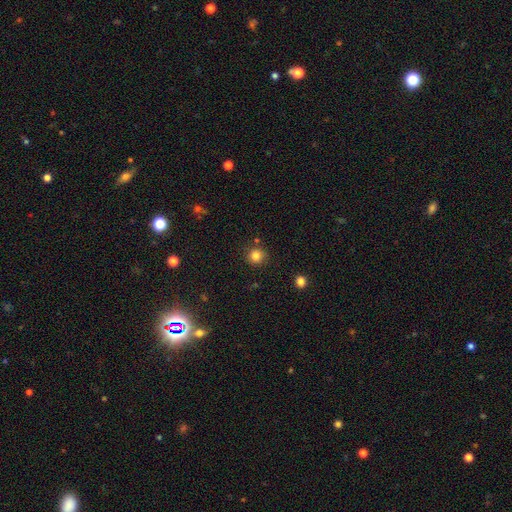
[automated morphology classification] Smooth or featured? Predicted: smooth (p=0.82). How rounded? Predicted: round (p=0.93). Merging? Predicted: none (p=0.86).